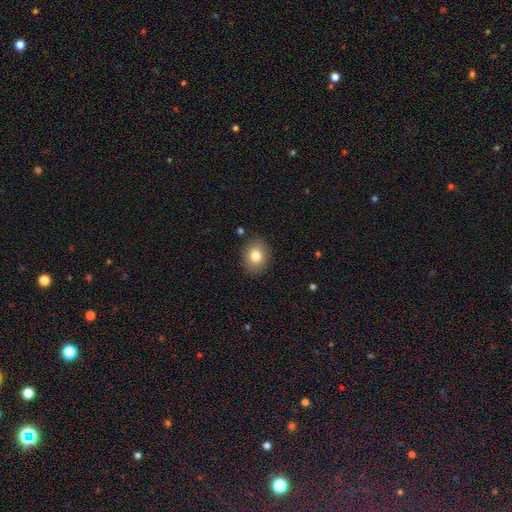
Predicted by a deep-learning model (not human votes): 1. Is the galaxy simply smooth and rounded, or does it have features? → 81% smooth, 10% featured or disk, 10% star or artifact.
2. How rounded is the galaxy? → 57% round, 42% in between, 1% cigar-shaped.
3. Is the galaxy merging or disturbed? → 88% none, 8% minor disturbance, 2% major disturbance, 1% merger.